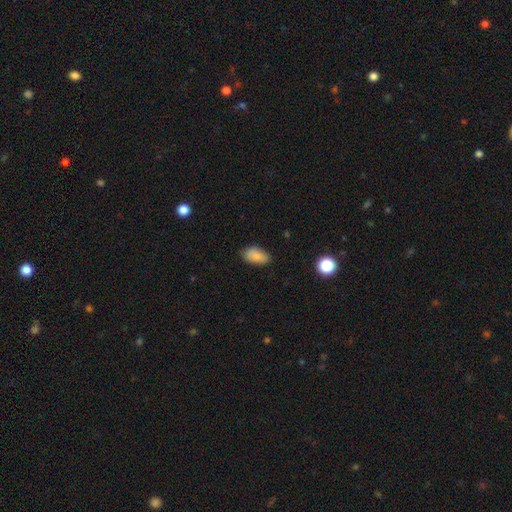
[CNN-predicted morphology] Q: Smooth or featured?
A: smooth (85%); runner-up: star or artifact (8%)
Q: How rounded?
A: in between (92%); runner-up: round (4%)
Q: Merging?
A: none (78%); runner-up: minor disturbance (17%)